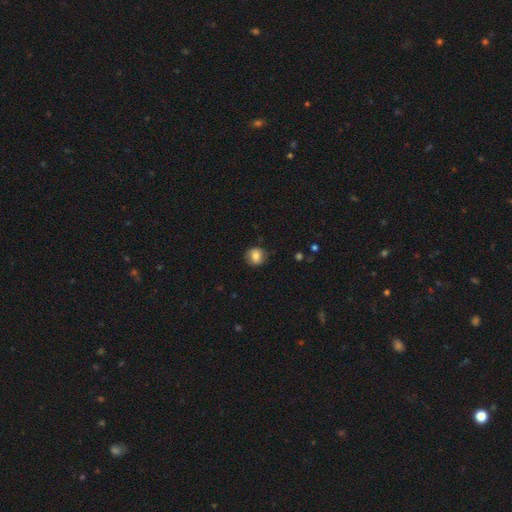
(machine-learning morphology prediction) Smooth or featured? Predicted: smooth (p=0.81). How rounded? Predicted: round (p=0.83). Merging? Predicted: none (p=0.84).